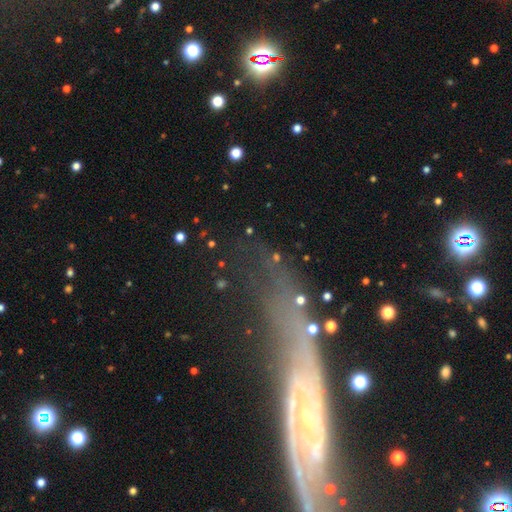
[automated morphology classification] Smooth or featured? Predicted: featured or disk (p=0.47). Merging? Predicted: none (p=0.46).